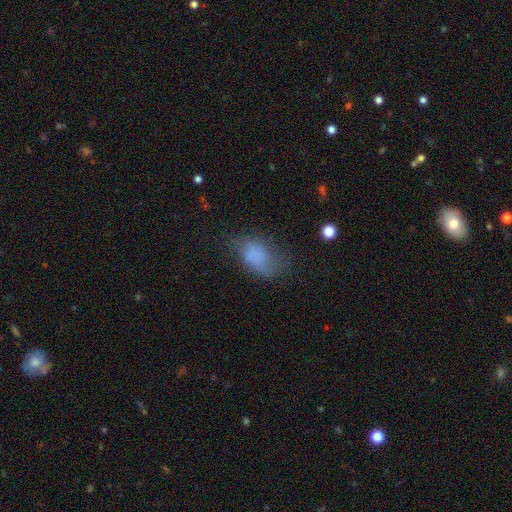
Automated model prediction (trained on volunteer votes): Smooth or featured? smooth (71%)
How rounded? in between (87%)
Merging? none (45%)